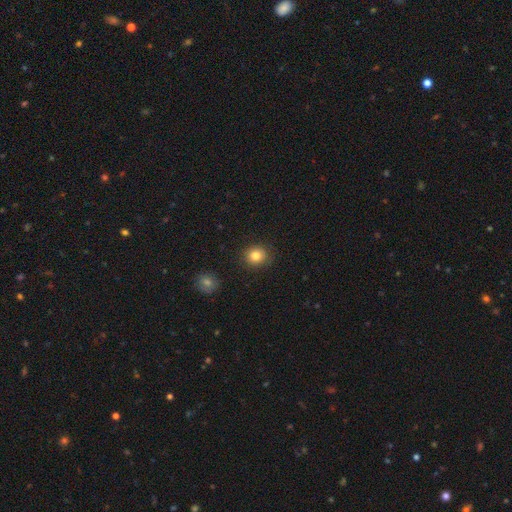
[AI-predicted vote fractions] This is clearly a smooth galaxy (83%). How rounded: clearly round (81%). Merging: clearly none (88%).